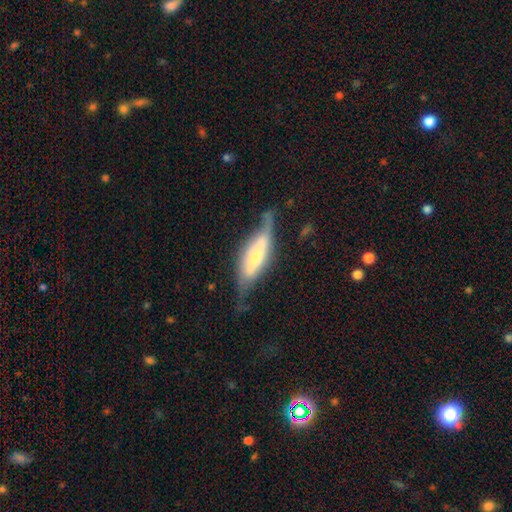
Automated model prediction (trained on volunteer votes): Morphology: type=featured or disk (64%); edge-on=yes (61%); merging=none (48%).